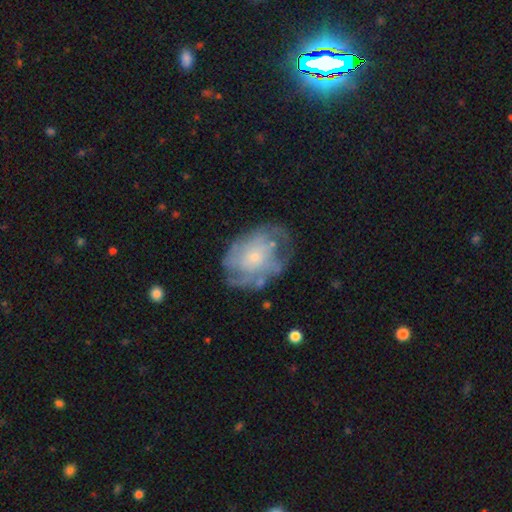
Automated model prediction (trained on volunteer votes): Smooth or featured: featured or disk — 66% (smooth — 27%)
Edge-on disk: no — 97% (yes — 3%)
Bar: no — 82% (weak — 15%)
Spiral arms: yes — 66% (no — 34%)
Bulge size: small — 76% (moderate — 17%)
Merging: none — 53% (minor disturbance — 24%)